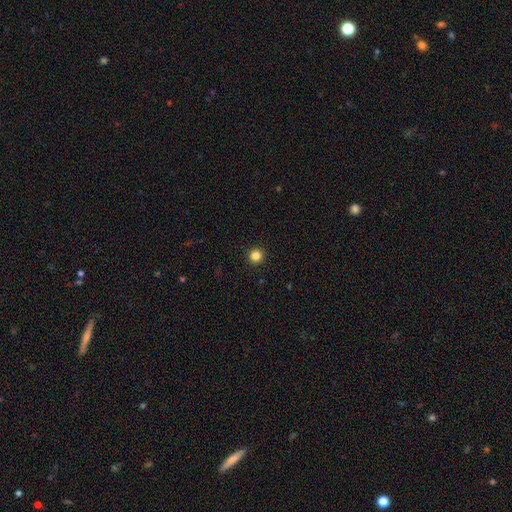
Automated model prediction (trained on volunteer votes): Smooth or featured: smooth — 84% (star or artifact — 12%)
How rounded: round — 94% (in between — 5%)
Merging: none — 94% (minor disturbance — 4%)